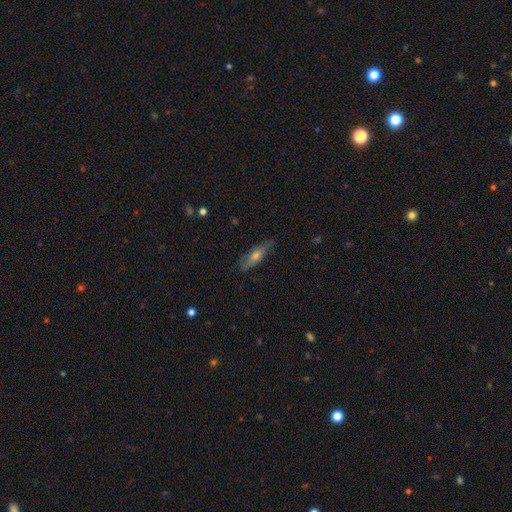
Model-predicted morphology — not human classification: Q: Smooth or featured?
A: featured or disk (47%); runner-up: smooth (45%)
Q: Merging?
A: none (81%); runner-up: minor disturbance (14%)